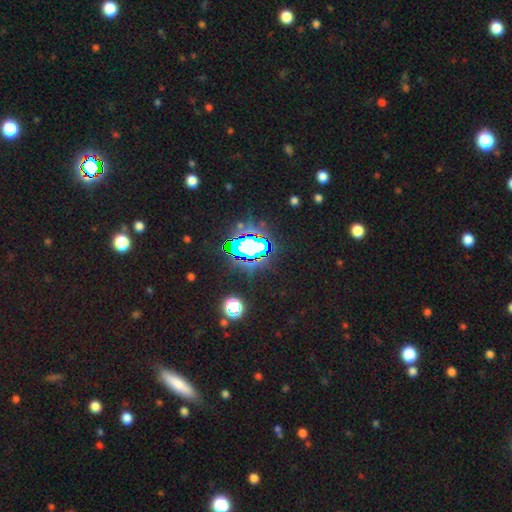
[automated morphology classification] type=star or artifact (71%).